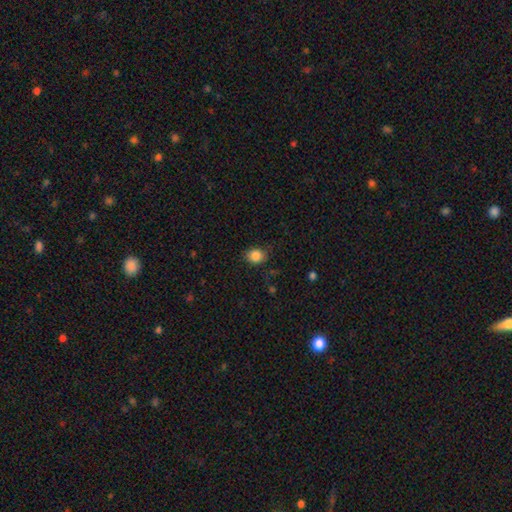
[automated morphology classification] Overall: smooth (86%). How rounded: round (55%; in between 45%). Merging: none (80%).